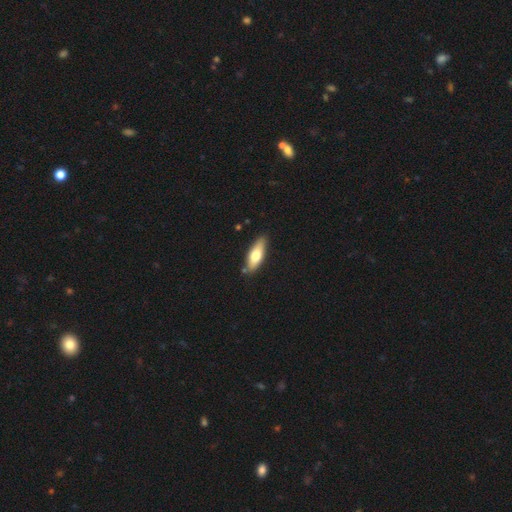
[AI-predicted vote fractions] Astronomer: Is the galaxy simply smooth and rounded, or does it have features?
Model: smooth — 64%.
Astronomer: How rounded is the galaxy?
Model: in between — 57% (runner-up: cigar-shaped, 41%).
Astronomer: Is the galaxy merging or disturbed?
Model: none — 83%.